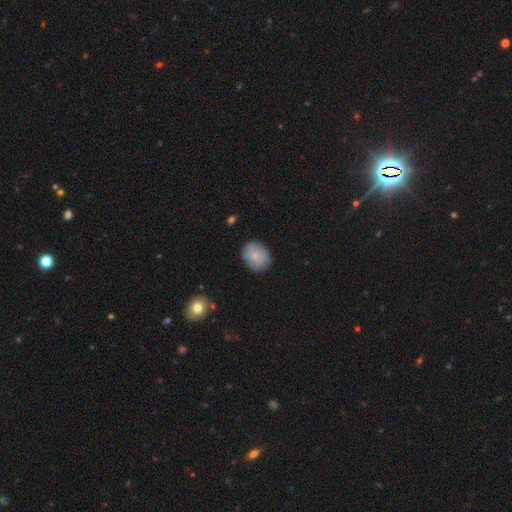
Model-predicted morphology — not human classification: A smooth galaxy with no disk features (77%) that is round (54%).

Vote fractions:
- Smooth or featured? smooth: 77% / featured or disk: 16% / star or artifact: 7%
- How rounded? round: 54% / in between: 45% / cigar-shaped: 1%
- Merging? none: 81% / minor disturbance: 14% / major disturbance: 3% / merger: 1%